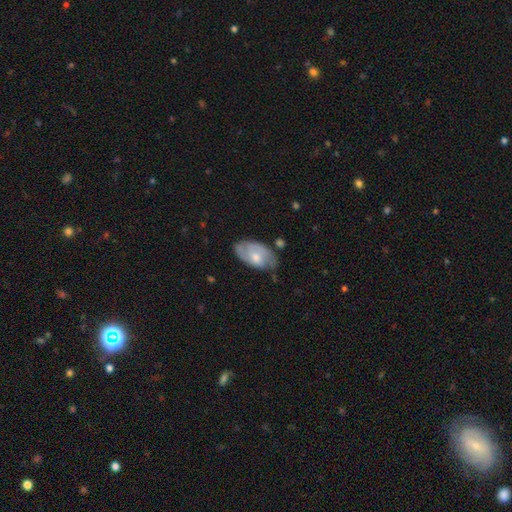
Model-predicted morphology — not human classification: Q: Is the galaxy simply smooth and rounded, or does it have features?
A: featured or disk — 53%.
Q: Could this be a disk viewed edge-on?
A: no — 94%.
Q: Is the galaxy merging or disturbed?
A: none — 64%.